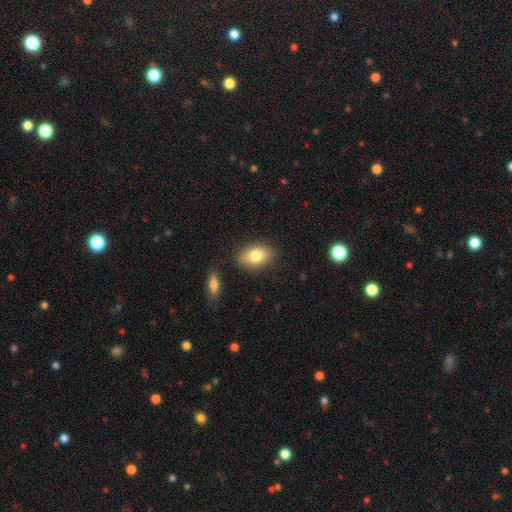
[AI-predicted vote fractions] Smooth or featured? Predicted: smooth (p=0.80). How rounded? Predicted: in between (p=0.85). Merging? Predicted: none (p=0.83).